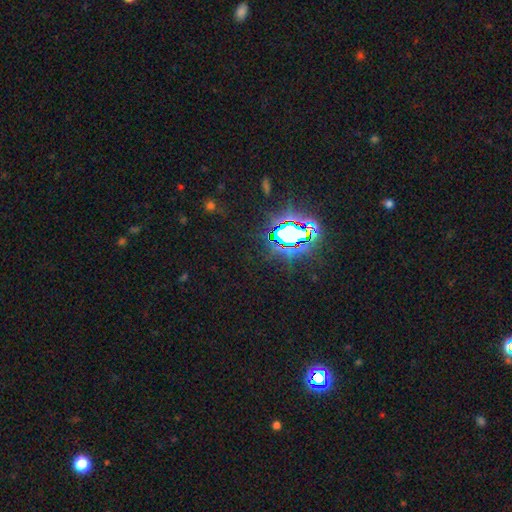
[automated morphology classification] Smooth or featured?
  - star or artifact: 80% *
  - smooth: 12%
  - featured or disk: 8%